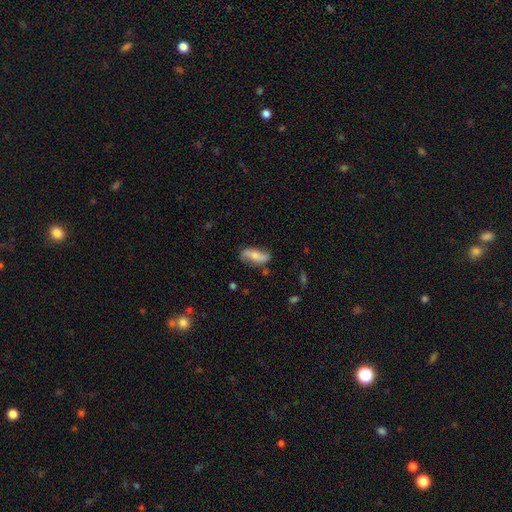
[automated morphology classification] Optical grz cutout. It shows a smooth galaxy with no disk features (52%) that is in between round and cigar-shaped (76%). Merging: none (70%).